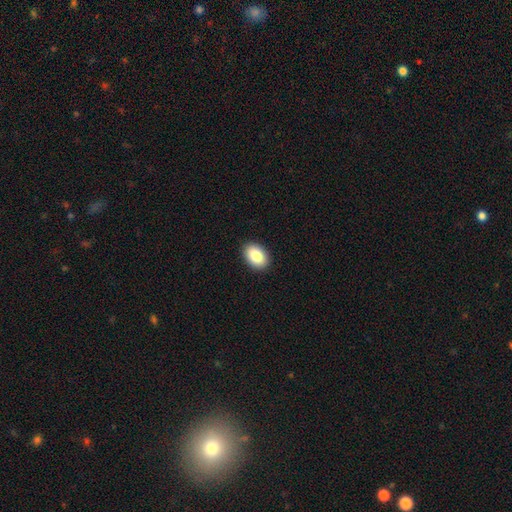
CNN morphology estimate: This is clearly a smooth galaxy (87%). How rounded: clearly in between (87%). Merging: clearly none (91%).